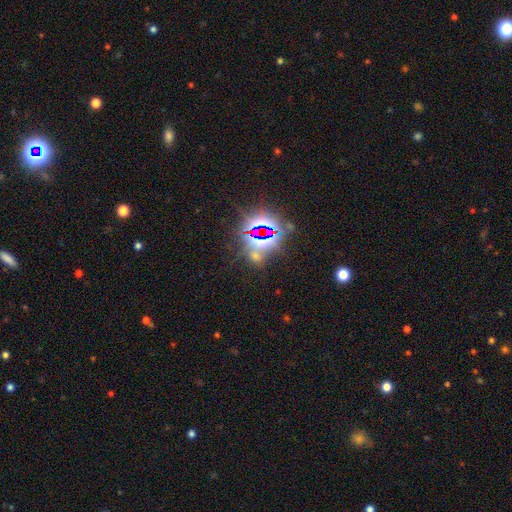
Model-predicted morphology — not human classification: smooth_or_featured: star or artifact (p=0.76) [alt: smooth p=0.16]